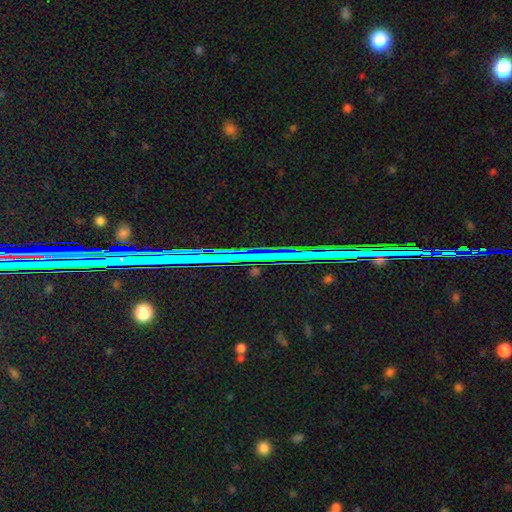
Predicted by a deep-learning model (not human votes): Morphology: type=star or artifact (73%).